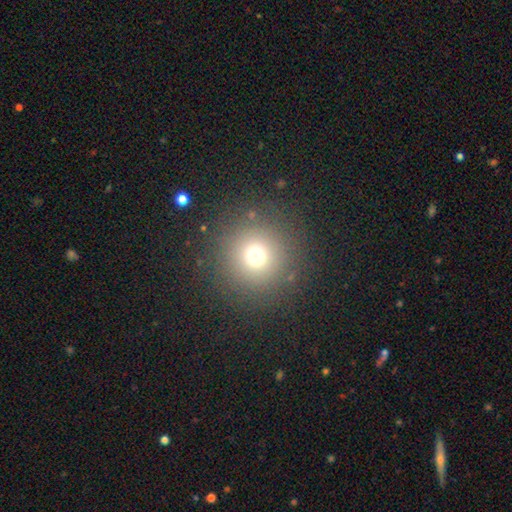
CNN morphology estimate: A smooth galaxy with no disk features (70%) that is round (96%). Merging: none (88%).